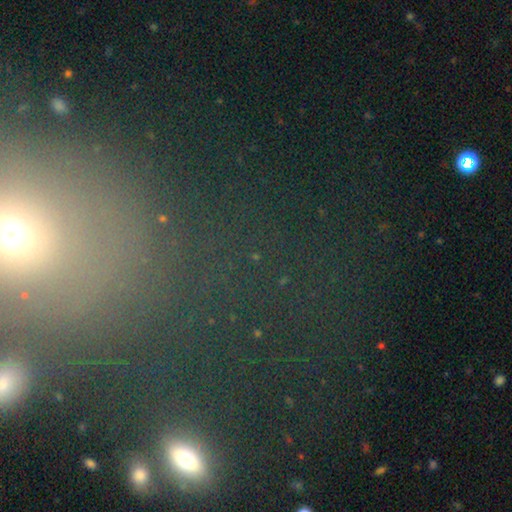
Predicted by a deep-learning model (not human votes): Smooth or featured: star or artifact — 64% (smooth — 23%)